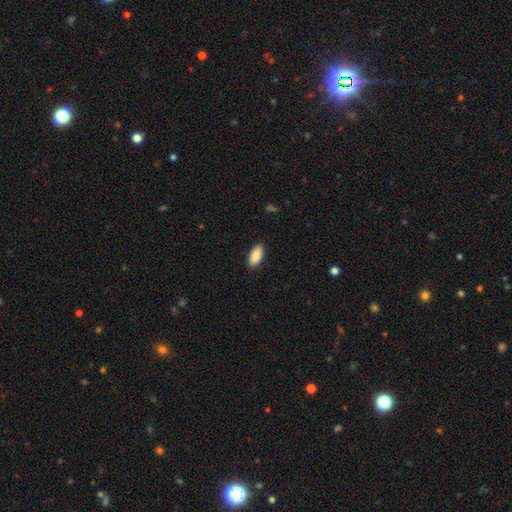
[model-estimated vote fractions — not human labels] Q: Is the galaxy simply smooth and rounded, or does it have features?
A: smooth — 91%.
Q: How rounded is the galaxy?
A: in between — 89%.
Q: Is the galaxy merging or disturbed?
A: none — 89%.